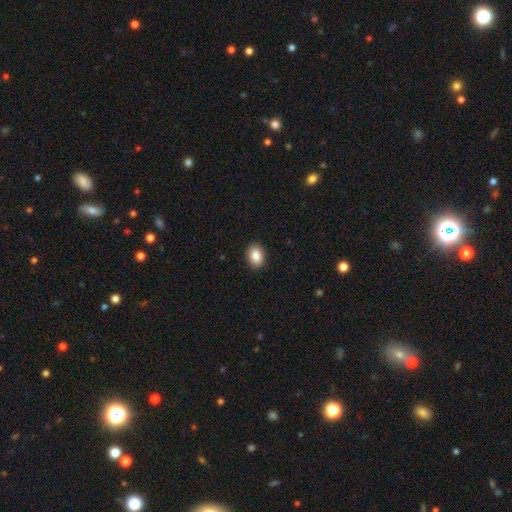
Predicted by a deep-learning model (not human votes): Smooth or featured? Predicted: smooth (p=0.87). How rounded? Predicted: in between (p=0.69). Merging? Predicted: none (p=0.91).